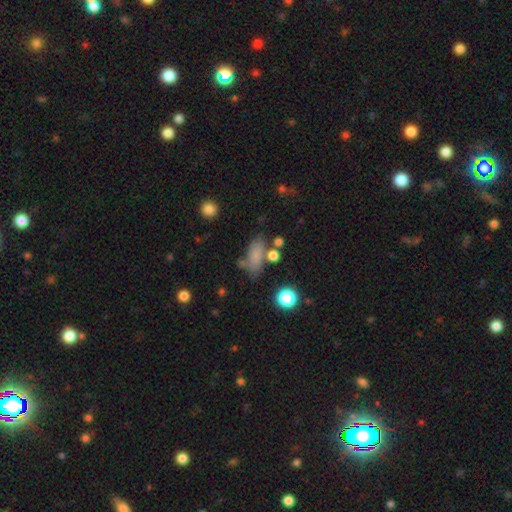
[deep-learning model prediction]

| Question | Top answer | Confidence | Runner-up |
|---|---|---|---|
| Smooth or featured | smooth | 72% | featured or disk (14%) |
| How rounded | in between | 75% | cigar-shaped (17%) |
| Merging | none | 52% | minor disturbance (23%) |